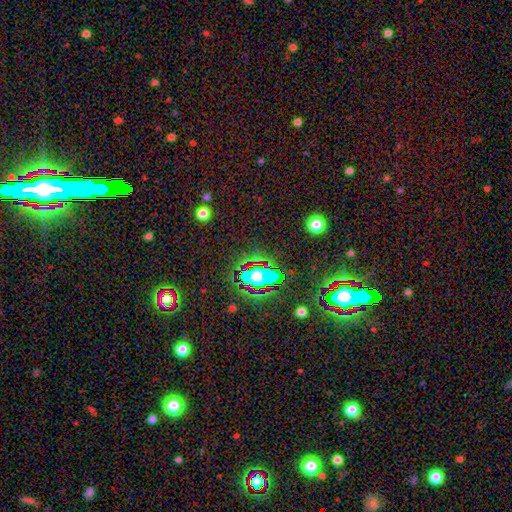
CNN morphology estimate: Smooth or featured?
  - star or artifact: 81% *
  - smooth: 11%
  - featured or disk: 8%